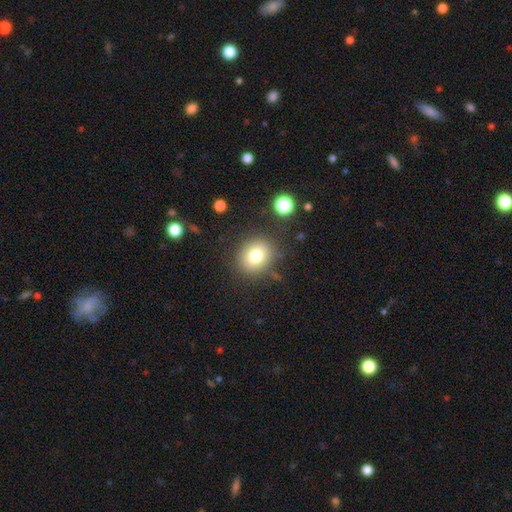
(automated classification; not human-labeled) Morphology: type=smooth (78%); roundness=round (75%); merging=none (82%).